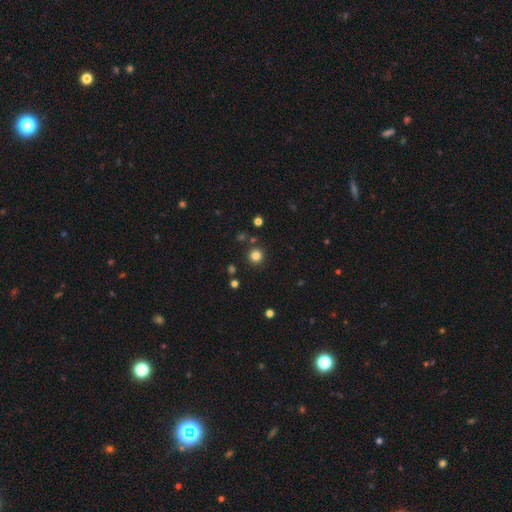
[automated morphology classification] A smooth galaxy with no disk features (82%) that is round (95%).

Vote fractions:
- Smooth or featured? smooth: 82% / star or artifact: 14% / featured or disk: 5%
- How rounded? round: 95% / in between: 4% / cigar-shaped: 1%
- Merging? none: 88% / minor disturbance: 6% / merger: 4% / major disturbance: 2%